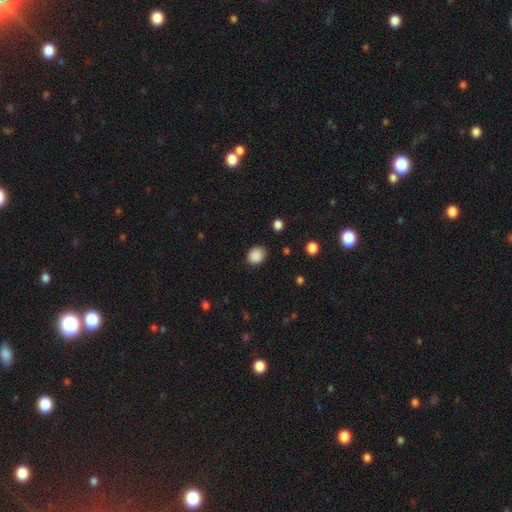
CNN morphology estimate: Smooth or featured: smooth — 88% (star or artifact — 9%)
How rounded: round — 67% (in between — 32%)
Merging: none — 81% (minor disturbance — 14%)